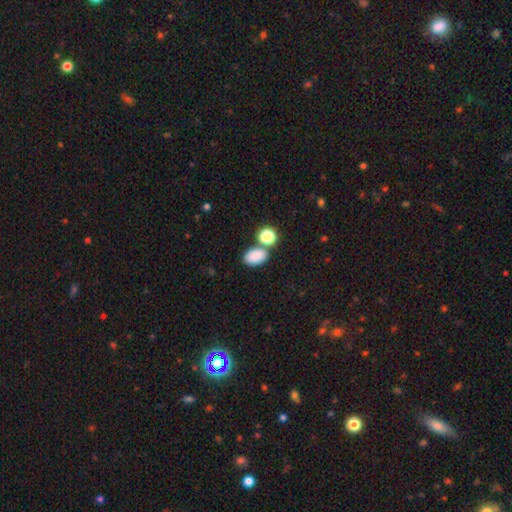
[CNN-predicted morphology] smooth-or-featured: smooth: 85% | star or artifact: 10% | featured or disk: 5%
  how-rounded: in between: 87% | round: 11% | cigar-shaped: 1%
  merging: none: 67% | merger: 18% | minor disturbance: 12% | major disturbance: 4%